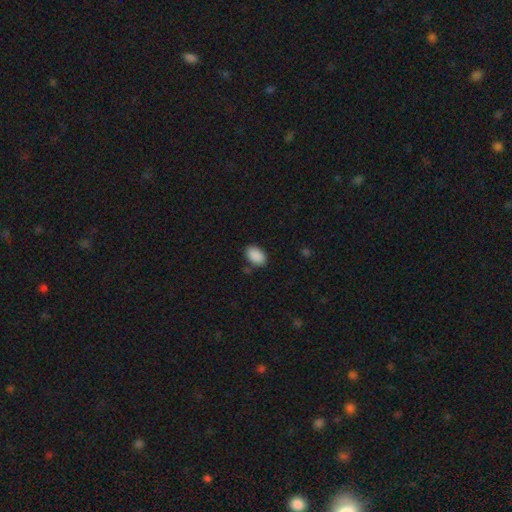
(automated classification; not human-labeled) A smooth galaxy with no disk features (90%) that is in between round and cigar-shaped (91%). Merging: none (84%).